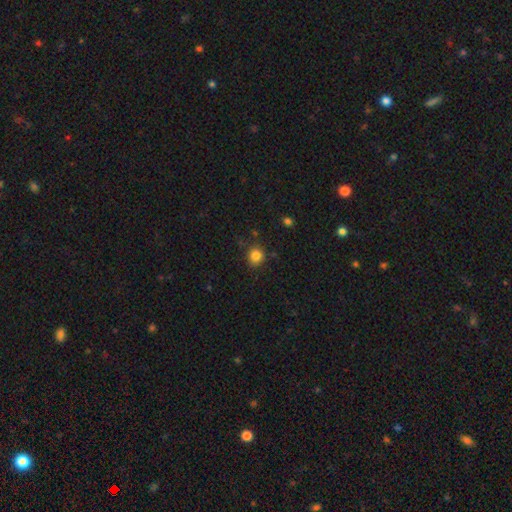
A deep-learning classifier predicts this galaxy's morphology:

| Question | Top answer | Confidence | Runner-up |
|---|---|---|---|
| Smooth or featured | smooth | 84% | star or artifact (12%) |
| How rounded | round | 84% | in between (15%) |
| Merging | none | 80% | minor disturbance (14%) |